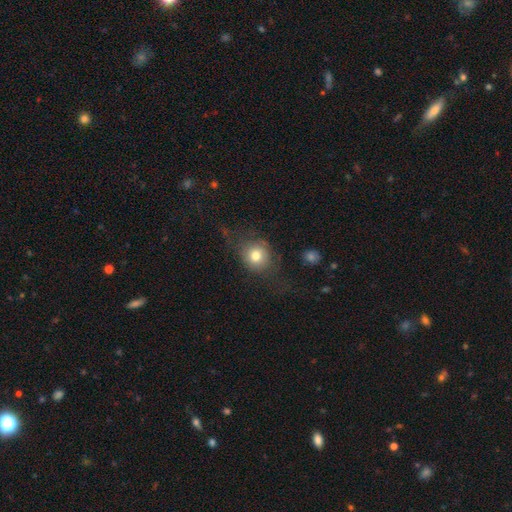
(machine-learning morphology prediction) type=smooth (73%); roundness=round (81%); merging=none (60%).